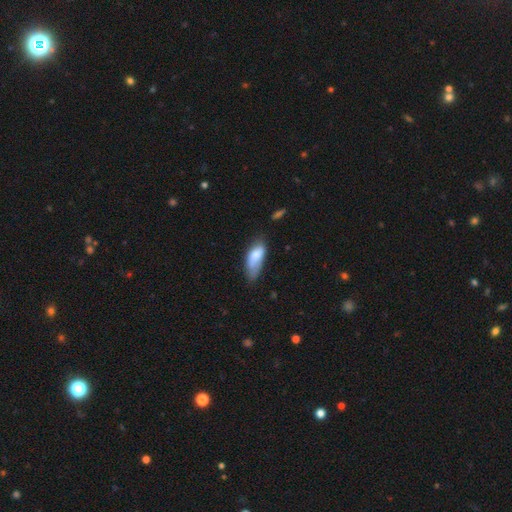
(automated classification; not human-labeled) Smooth or featured? smooth (75%)
How rounded? in between (82%)
Merging? minor disturbance (40%)